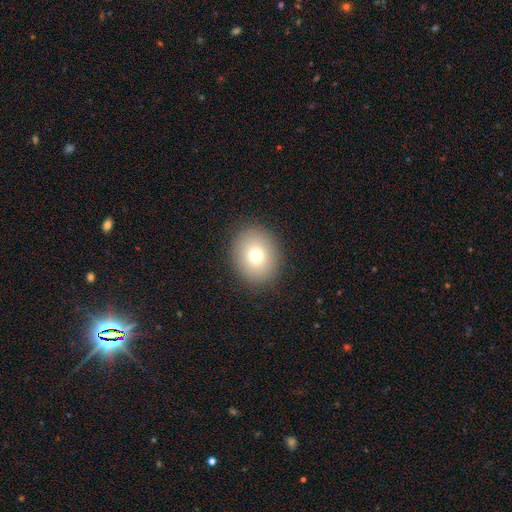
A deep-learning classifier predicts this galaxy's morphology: This is likely a smooth galaxy (75%). How rounded: likely round (63%). Merging: clearly none (89%).